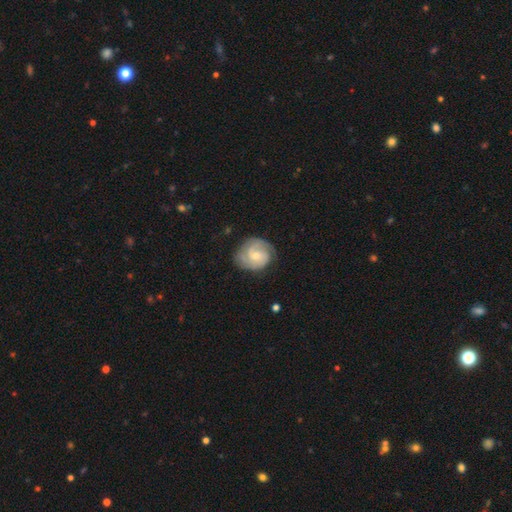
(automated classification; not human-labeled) Smooth or featured: featured or disk — 74% (smooth — 20%)
Edge-on disk: no — 98% (yes — 2%)
Bar: no — 64% (weak — 31%)
Spiral arms: yes — 94% (no — 6%)
Spiral winding: tight — 55% (medium — 35%)
Spiral arm count: 2 — 47% (can't tell — 20%)
Bulge size: small — 60% (moderate — 35%)
Merging: none — 73% (minor disturbance — 19%)